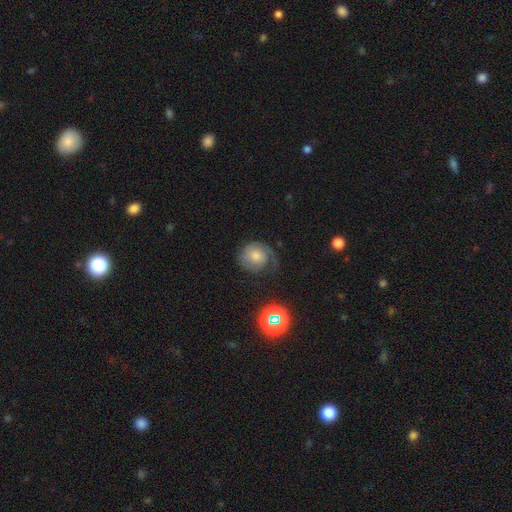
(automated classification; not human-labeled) smooth-or-featured: featured or disk: 51% | smooth: 37% | star or artifact: 11%
  disk-edge-on: no: 97% | yes: 3%
  merging: none: 53% | minor disturbance: 23% | major disturbance: 22% | merger: 2%